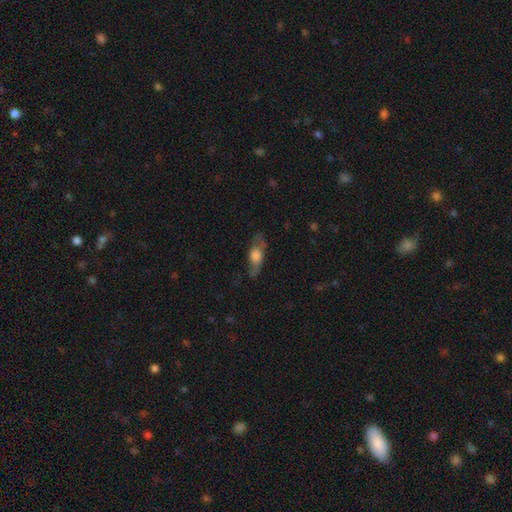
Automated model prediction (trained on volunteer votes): Overall: smooth (51%; featured or disk 41%). How rounded: in between (61%; cigar-shaped 29%). Merging: none (61%; minor disturbance 24%).